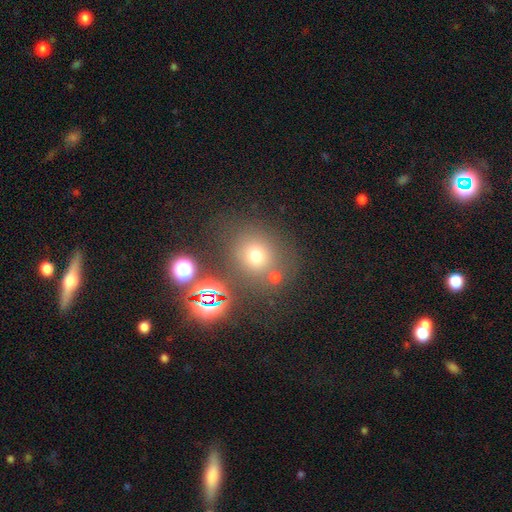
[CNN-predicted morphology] smooth_or_featured: smooth (p=0.67) [alt: star or artifact p=0.23]
how_rounded: round (p=0.81) [alt: in between p=0.17]
merging: none (p=0.72) [alt: minor disturbance p=0.11]